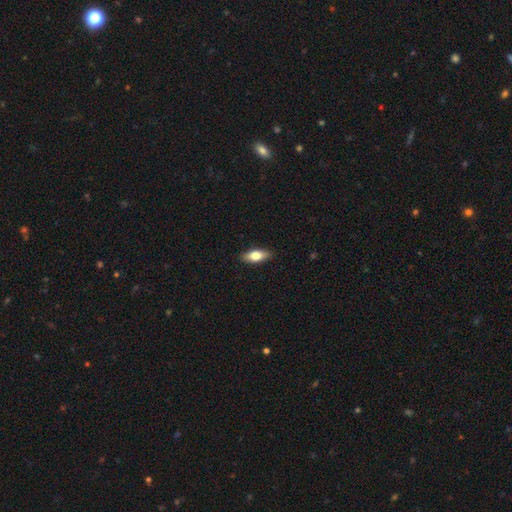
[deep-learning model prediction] This appears to be a smooth galaxy with no disk features (70%) that is in between round and cigar-shaped (75%). Merging: none (89%).